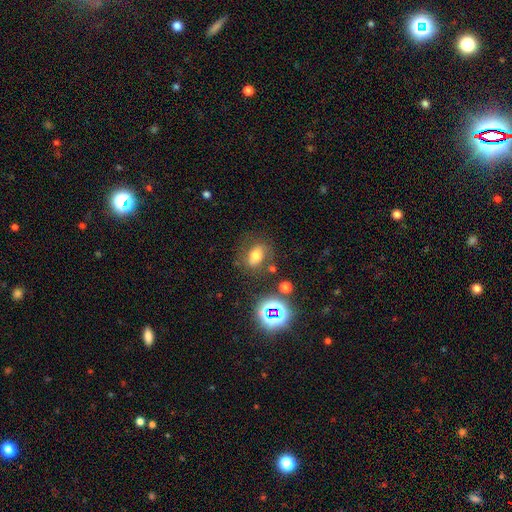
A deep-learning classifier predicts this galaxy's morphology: This appears to be a smooth galaxy with no disk features (59%) that is in between round and cigar-shaped (70%). Merging: none (68%).